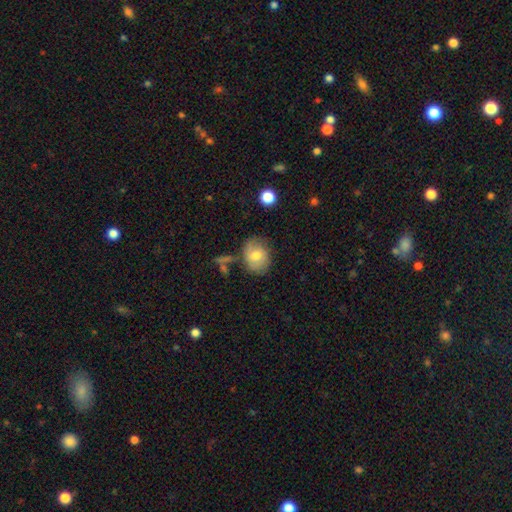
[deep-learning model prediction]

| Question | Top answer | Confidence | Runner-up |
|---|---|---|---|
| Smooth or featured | smooth | 65% | featured or disk (27%) |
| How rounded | round | 50% | in between (49%) |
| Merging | none | 64% | minor disturbance (22%) |